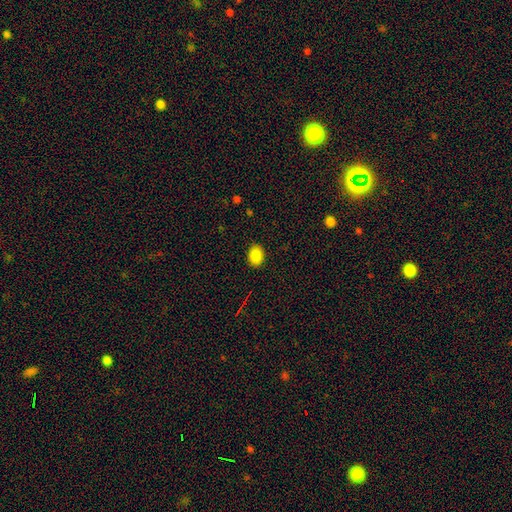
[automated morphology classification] Q: Smooth or featured?
A: smooth (86%); runner-up: star or artifact (9%)
Q: How rounded?
A: in between (70%); runner-up: round (29%)
Q: Merging?
A: none (88%); runner-up: minor disturbance (8%)